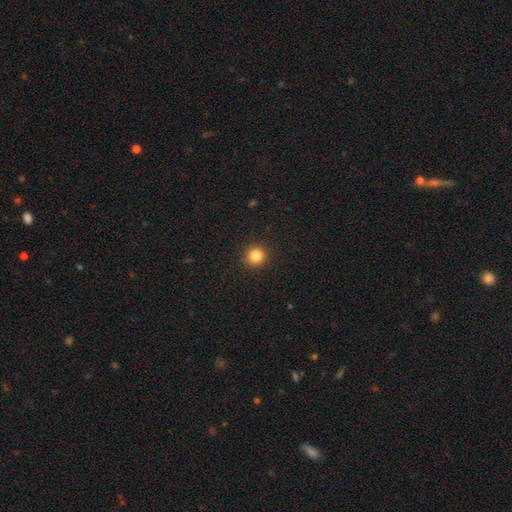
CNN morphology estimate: A smooth galaxy with no disk features (84%) that is round (93%). Merging: none (92%).